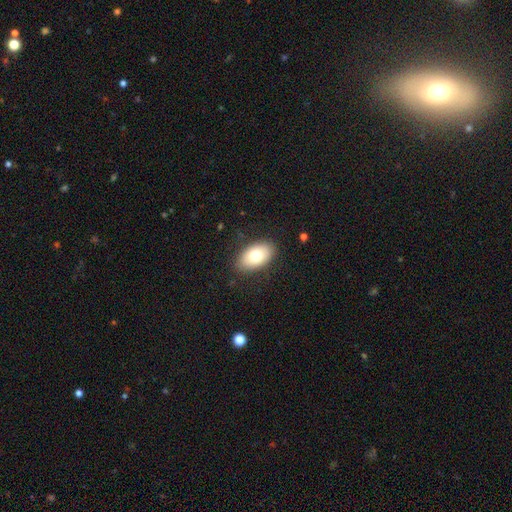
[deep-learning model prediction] Smooth or featured: smooth — 75% (featured or disk — 18%)
How rounded: in between — 93% (round — 6%)
Merging: none — 85% (minor disturbance — 11%)